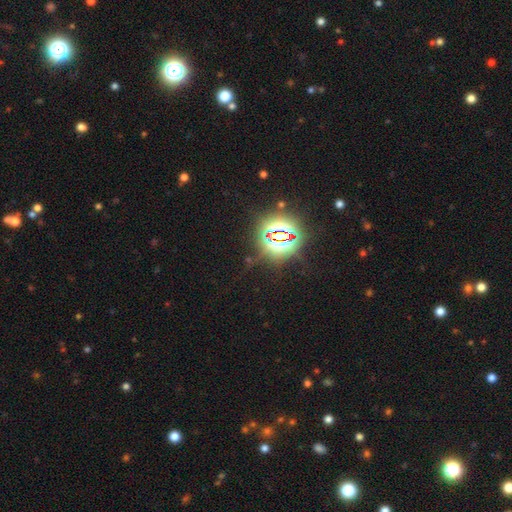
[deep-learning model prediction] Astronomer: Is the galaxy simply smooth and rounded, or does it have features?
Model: star or artifact — 82%.